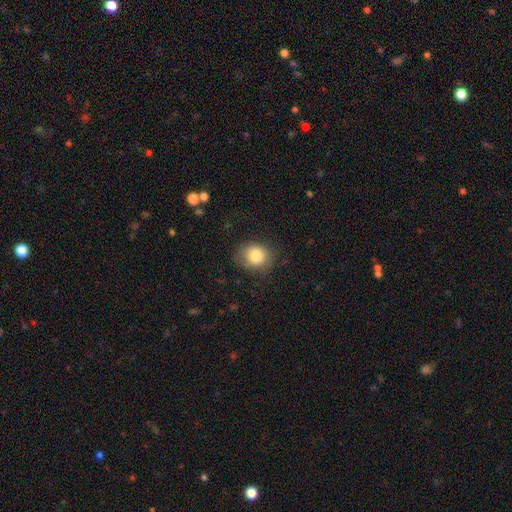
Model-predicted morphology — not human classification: The model was most divided on "how rounded": round: 67%, in between: 32%, cigar-shaped: 1%. More confident: smooth or featured — smooth (85%); merging — none (74%).